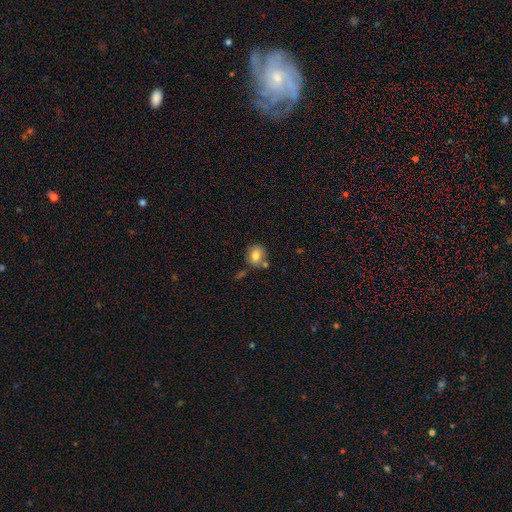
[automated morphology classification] Overall: smooth (80%). How rounded: round (70%). Merging: none (65%).